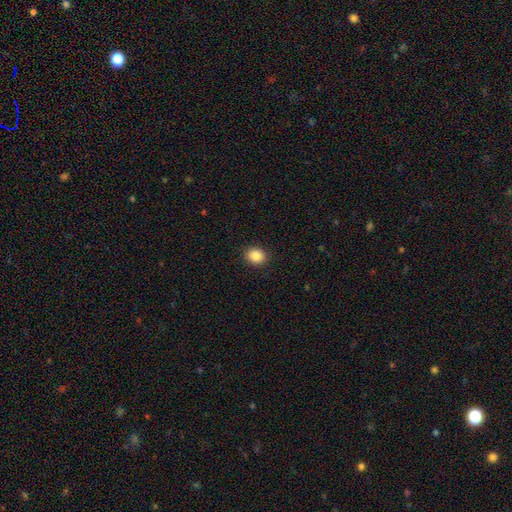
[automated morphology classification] Smooth or featured?
  - smooth: 86% *
  - star or artifact: 10%
  - featured or disk: 4%
How rounded?
  - round: 63% *
  - in between: 36%
  - cigar-shaped: 1%
Merging?
  - none: 91% *
  - minor disturbance: 6%
  - major disturbance: 2%
  - merger: 1%